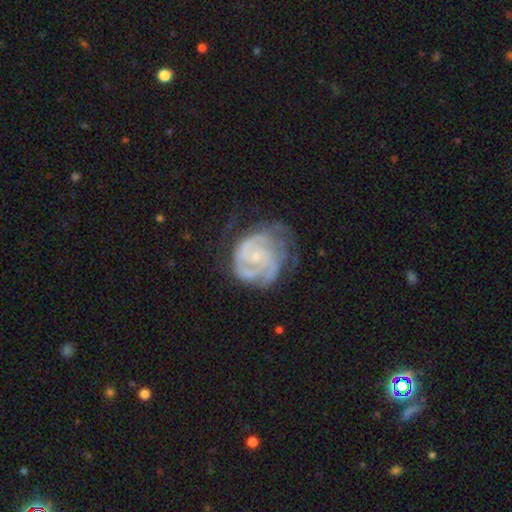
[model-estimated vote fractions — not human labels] smooth_or_featured: featured or disk (p=0.87) [alt: smooth p=0.07]
disk_edge_on: no (p=0.98) [alt: yes p=0.02]
bar: no (p=0.69) [alt: weak p=0.26]
has_spiral_arms: yes (p=0.97) [alt: no p=0.03]
spiral_winding: tight (p=0.66) [alt: medium p=0.29]
spiral_arm_count: 3 (p=0.34) [alt: 2 p=0.28]
bulge_size: small (p=0.77) [alt: moderate p=0.16]
merging: none (p=0.55) [alt: minor disturbance p=0.26]